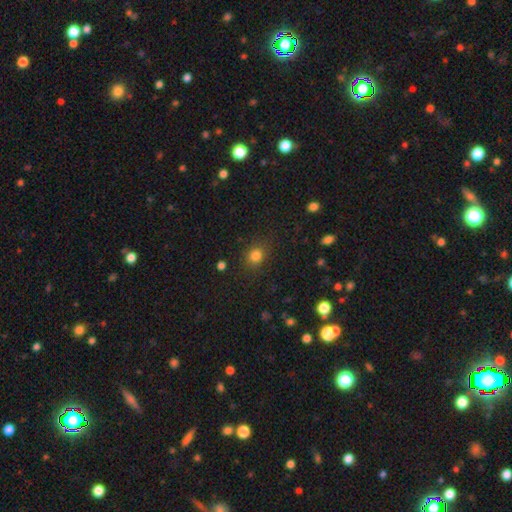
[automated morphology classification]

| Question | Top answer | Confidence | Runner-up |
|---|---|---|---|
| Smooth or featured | smooth | 81% | star or artifact (14%) |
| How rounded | round | 69% | in between (30%) |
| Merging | none | 82% | minor disturbance (12%) |